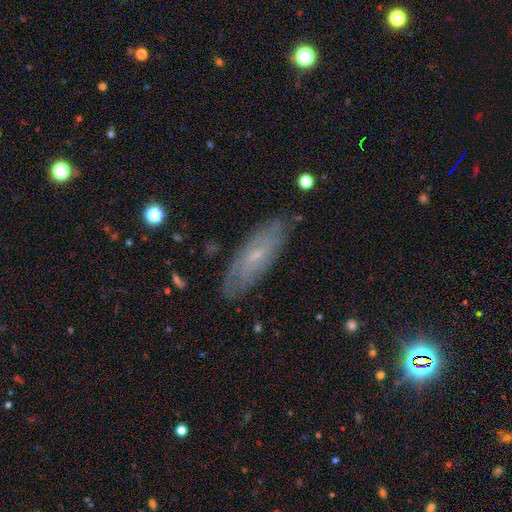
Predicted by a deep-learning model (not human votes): Morphology: type=featured or disk (53%); edge-on=no (72%); merging=none (83%).